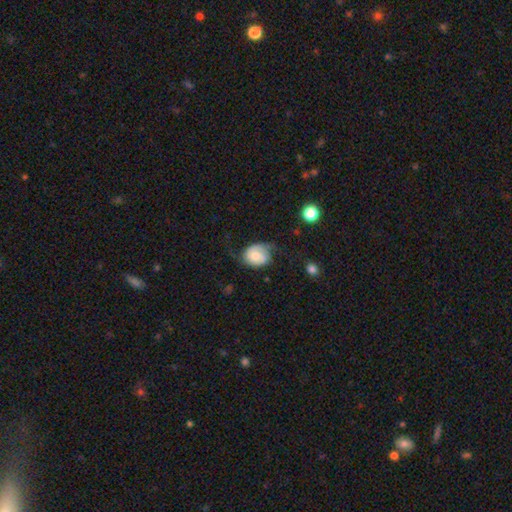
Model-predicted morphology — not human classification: This appears to be a smooth galaxy with no disk features (46%, tied with featured or disk). Merging: none (45%).